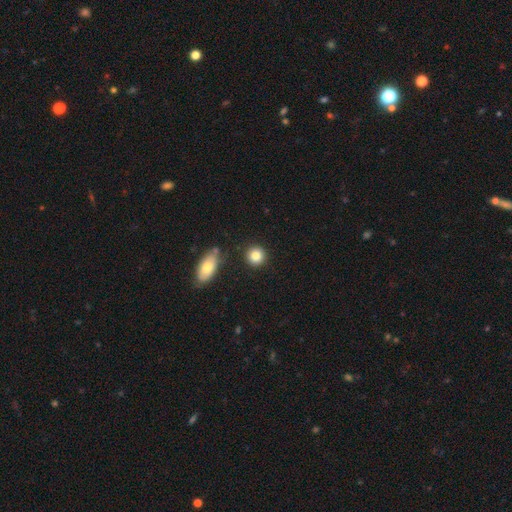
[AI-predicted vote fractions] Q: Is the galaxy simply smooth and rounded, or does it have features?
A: smooth — 84%.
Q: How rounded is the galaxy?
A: round — 89%.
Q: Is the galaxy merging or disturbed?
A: none — 86%.